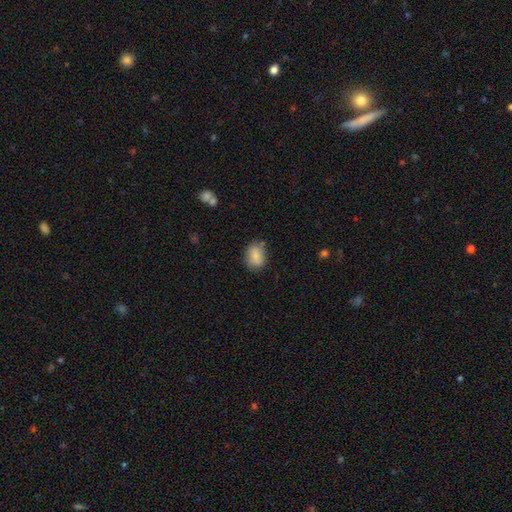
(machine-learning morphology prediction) Overall: smooth (84%). How rounded: in between (69%; round 30%). Merging: none (75%).